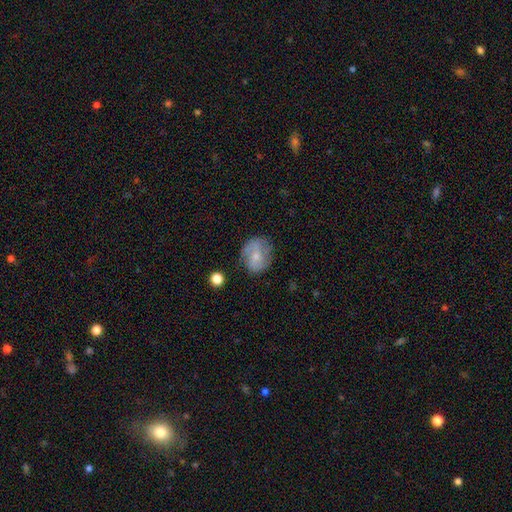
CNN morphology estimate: Q: Smooth or featured?
A: smooth (47%); runner-up: featured or disk (44%)
Q: Merging?
A: none (66%); runner-up: minor disturbance (23%)